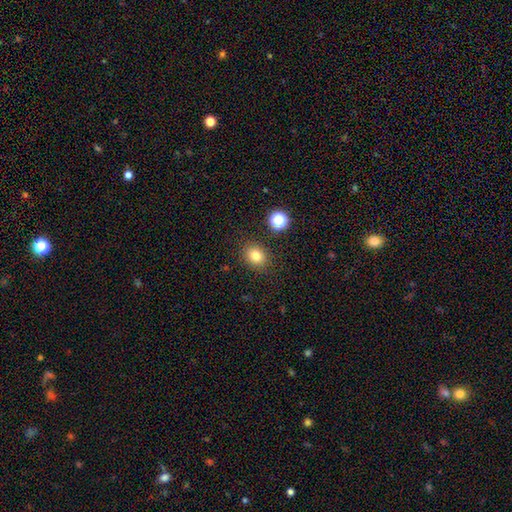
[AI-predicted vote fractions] Morphology: type=smooth (79%); roundness=round (62%); merging=none (87%).